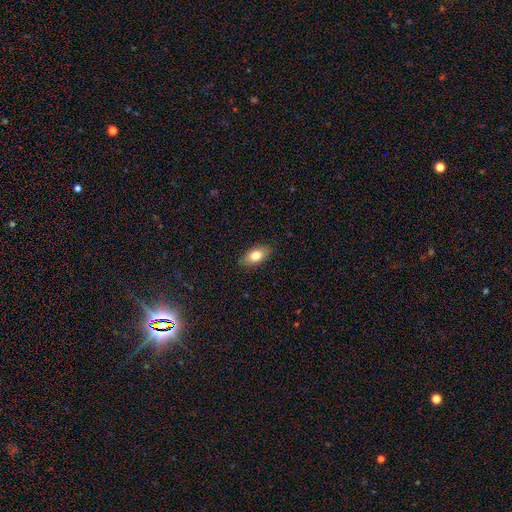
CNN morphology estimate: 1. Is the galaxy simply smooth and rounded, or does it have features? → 79% smooth, 13% featured or disk, 8% star or artifact.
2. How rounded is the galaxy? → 89% in between, 7% round, 4% cigar-shaped.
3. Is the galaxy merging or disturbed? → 86% none, 11% minor disturbance, 2% major disturbance, 1% merger.